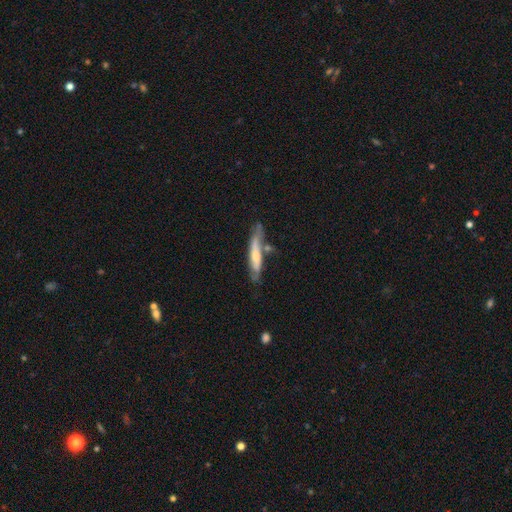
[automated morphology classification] smooth 51%, featured or disk 43%, star or artifact 5%. Down the decision tree: how rounded — cigar-shaped (86%); merging — none (52%).